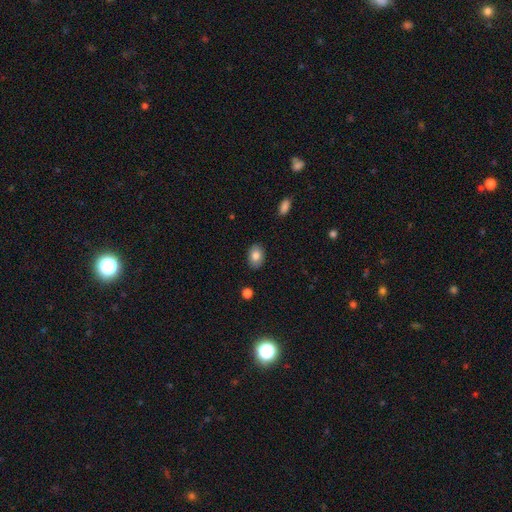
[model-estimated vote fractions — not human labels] A smooth galaxy with no disk features (83%) that is in between round and cigar-shaped (80%).

Vote fractions:
- Smooth or featured? smooth: 83% / featured or disk: 9% / star or artifact: 8%
- How rounded? in between: 80% / round: 19% / cigar-shaped: 1%
- Merging? none: 87% / minor disturbance: 10% / major disturbance: 2% / merger: 1%